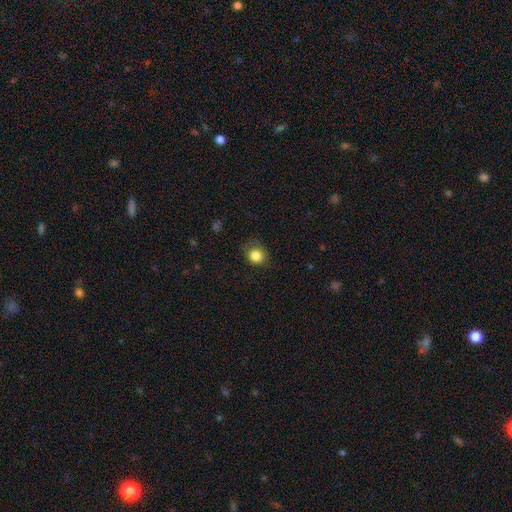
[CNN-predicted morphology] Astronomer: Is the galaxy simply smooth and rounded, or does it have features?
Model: smooth — 83%.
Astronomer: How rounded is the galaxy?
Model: round — 75%.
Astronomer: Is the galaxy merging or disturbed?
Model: none — 66%.